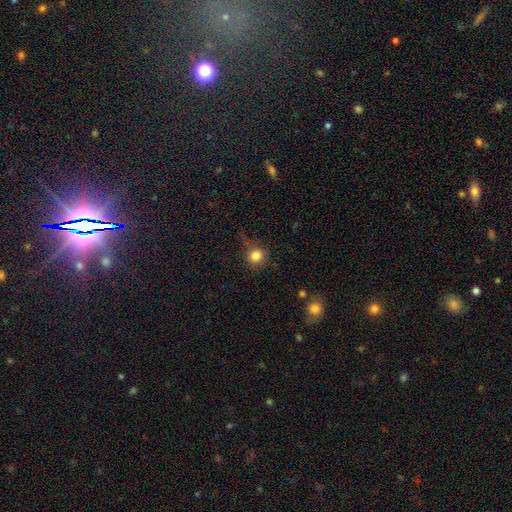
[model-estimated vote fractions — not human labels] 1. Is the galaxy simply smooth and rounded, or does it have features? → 82% smooth, 11% star or artifact, 6% featured or disk.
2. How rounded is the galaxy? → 91% round, 8% in between, 1% cigar-shaped.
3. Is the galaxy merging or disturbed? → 72% none, 18% minor disturbance, 8% major disturbance, 3% merger.